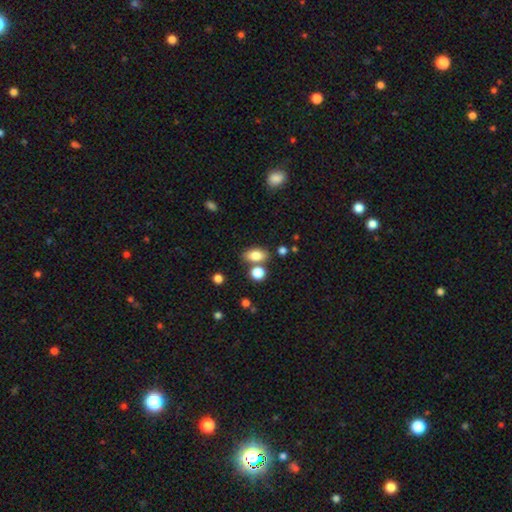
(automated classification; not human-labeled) Morphology: type=smooth (81%); roundness=in between (84%); merging=none (68%).